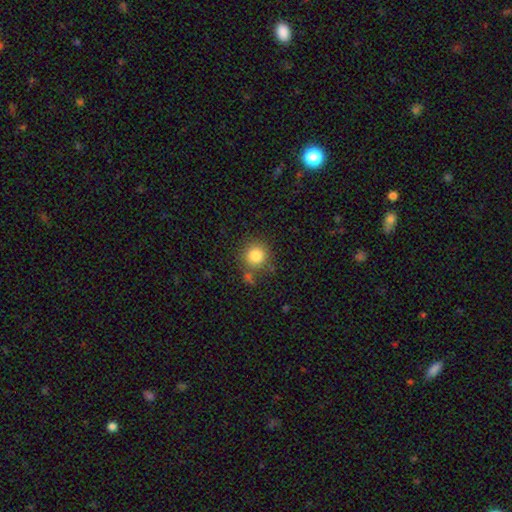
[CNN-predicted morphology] smooth 83%, star or artifact 11%, featured or disk 6%. Down the decision tree: how rounded — round (93%); merging — none (76%).